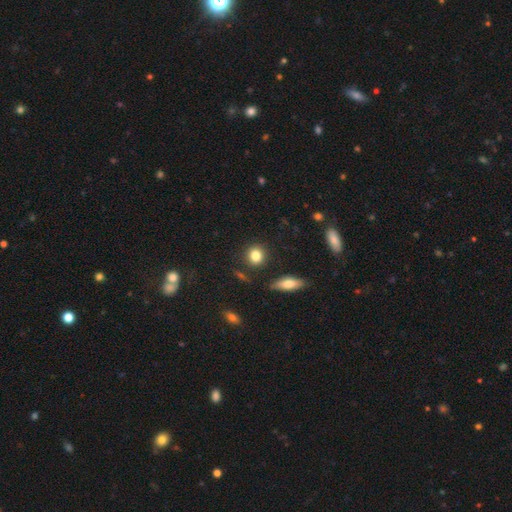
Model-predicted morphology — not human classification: type=smooth (83%); roundness=round (77%); merging=none (86%).